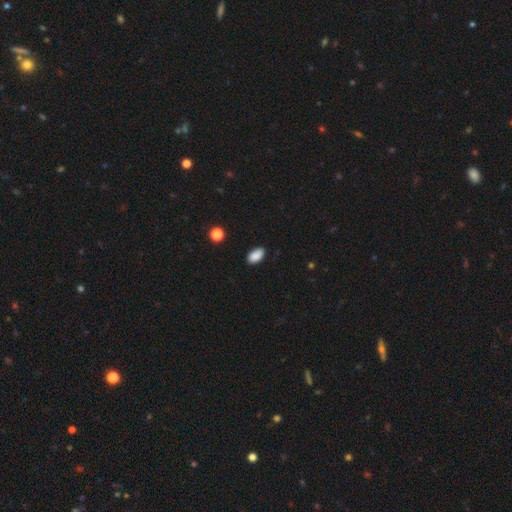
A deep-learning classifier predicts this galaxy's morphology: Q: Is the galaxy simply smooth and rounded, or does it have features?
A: smooth — 88%.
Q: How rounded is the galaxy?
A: in between — 94%.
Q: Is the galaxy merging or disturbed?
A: none — 85%.